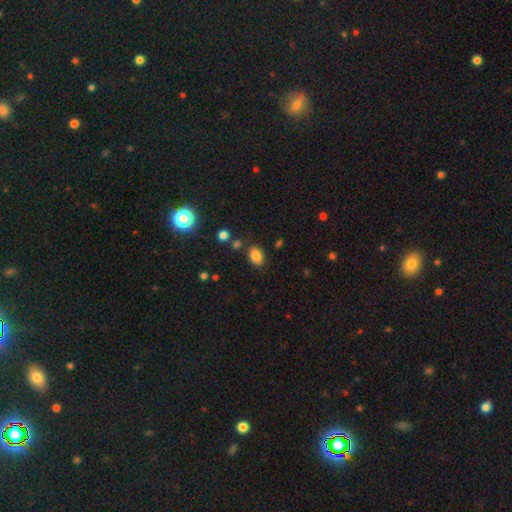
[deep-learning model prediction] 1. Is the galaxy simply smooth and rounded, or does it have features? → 83% smooth, 12% star or artifact, 5% featured or disk.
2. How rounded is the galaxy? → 68% in between, 31% round, 1% cigar-shaped.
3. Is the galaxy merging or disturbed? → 80% none, 12% minor disturbance, 5% merger, 3% major disturbance.